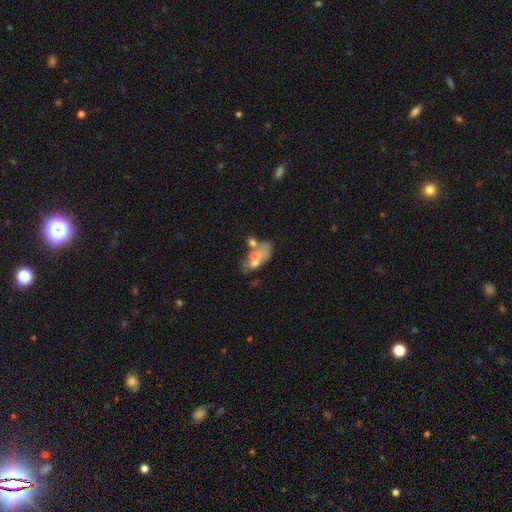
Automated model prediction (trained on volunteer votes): smooth_or_featured: featured or disk (p=0.46) [alt: smooth p=0.42]
merging: merger (p=0.39) [alt: none p=0.25]